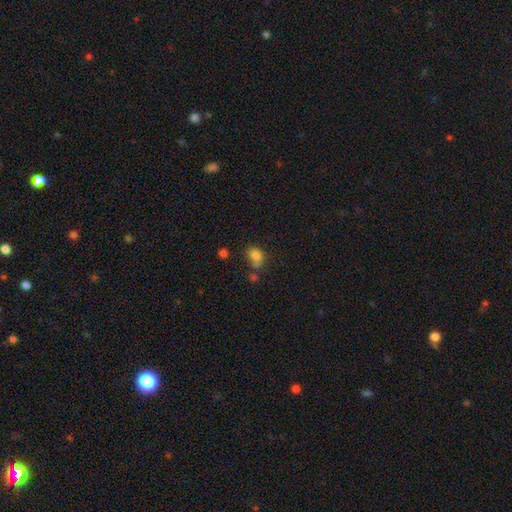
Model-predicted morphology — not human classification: smooth 79%, star or artifact 13%, featured or disk 8%. Down the decision tree: how rounded — in between (54%); merging — none (49%).